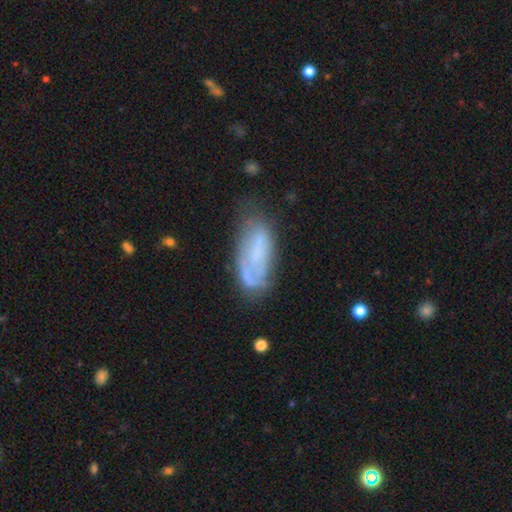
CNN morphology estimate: A featured or disk galaxy (46%).

Vote fractions:
- Smooth or featured? featured or disk: 46% / smooth: 45% / star or artifact: 9%
- Merging? none: 48% / minor disturbance: 30% / major disturbance: 17% / merger: 4%